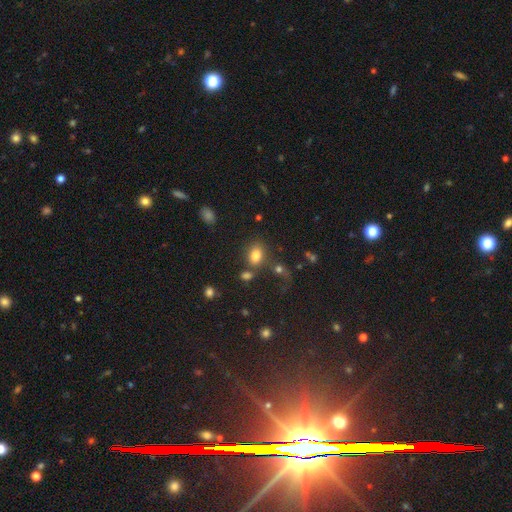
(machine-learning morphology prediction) Overall: smooth (80%). How rounded: in between (73%). Merging: none (64%).